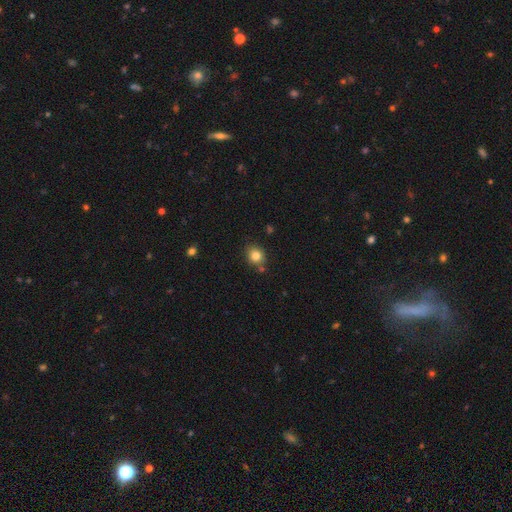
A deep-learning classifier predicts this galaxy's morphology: smooth 82%, star or artifact 11%, featured or disk 7%. Down the decision tree: how rounded — round (78%); merging — none (76%).